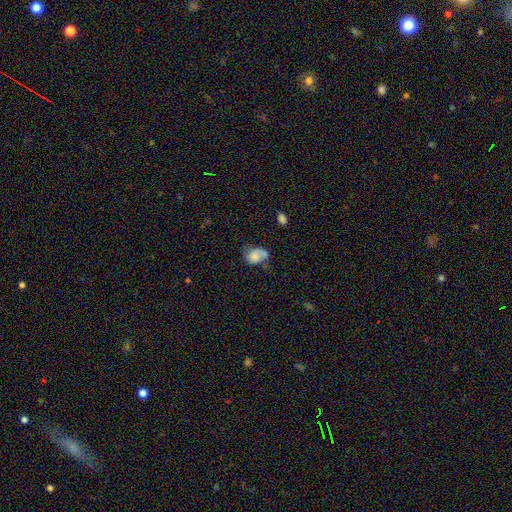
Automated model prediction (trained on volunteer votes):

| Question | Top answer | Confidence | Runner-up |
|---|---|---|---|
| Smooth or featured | smooth | 62% | featured or disk (29%) |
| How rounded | in between | 61% | round (38%) |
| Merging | none | 33% | minor disturbance (28%) |